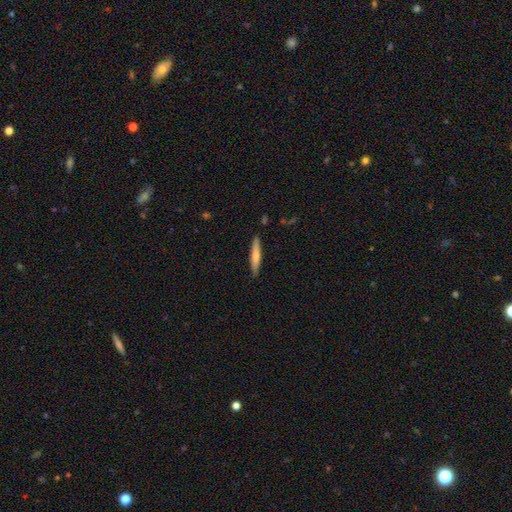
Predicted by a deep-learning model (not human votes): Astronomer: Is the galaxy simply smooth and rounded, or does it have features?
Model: smooth — 59% (runner-up: featured or disk, 36%).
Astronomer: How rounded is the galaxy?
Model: cigar-shaped — 93%.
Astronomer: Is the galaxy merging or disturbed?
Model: none — 89%.